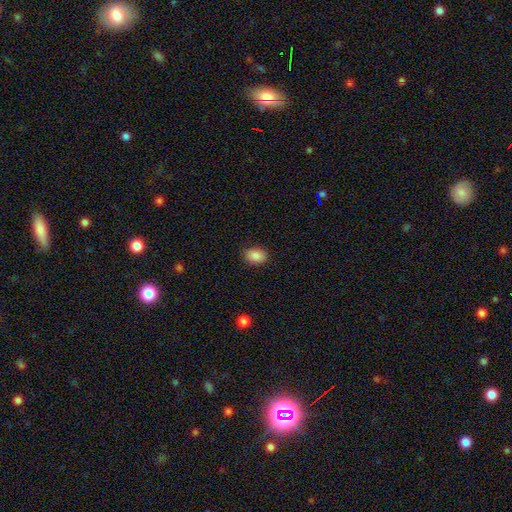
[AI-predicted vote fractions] Smooth or featured? smooth (87%)
How rounded? in between (75%)
Merging? none (88%)